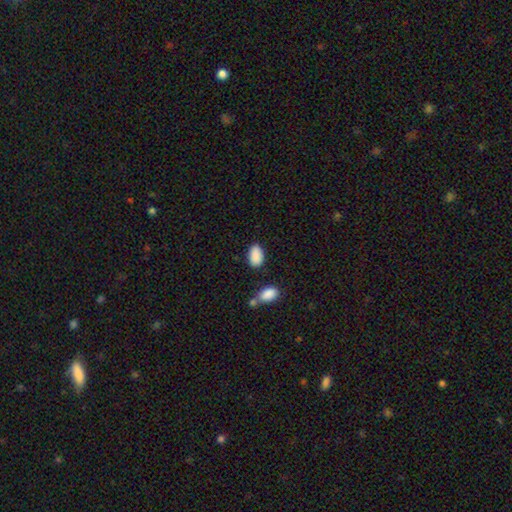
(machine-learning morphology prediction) Overall: smooth (90%). How rounded: in between (93%). Merging: none (78%).